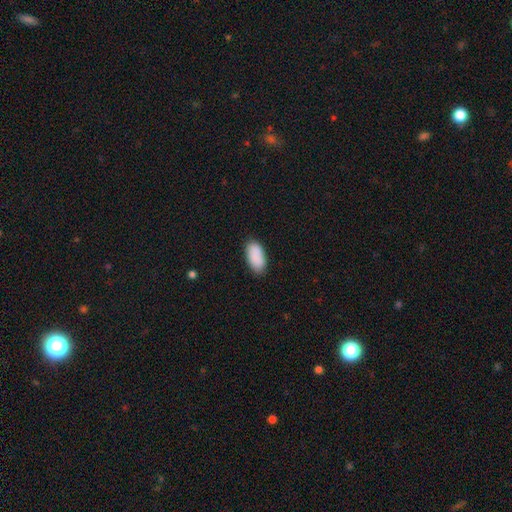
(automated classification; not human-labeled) smooth-or-featured: smooth: 90% | star or artifact: 6% | featured or disk: 4%
  how-rounded: in between: 94% | cigar-shaped: 3% | round: 2%
  merging: none: 84% | minor disturbance: 12% | major disturbance: 2% | merger: 1%